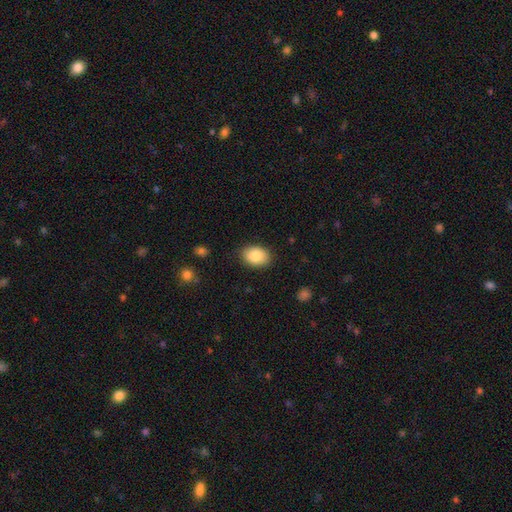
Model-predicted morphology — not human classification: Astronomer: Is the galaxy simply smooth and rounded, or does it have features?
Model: smooth — 87%.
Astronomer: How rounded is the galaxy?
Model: in between — 79%.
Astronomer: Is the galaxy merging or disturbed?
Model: none — 85%.